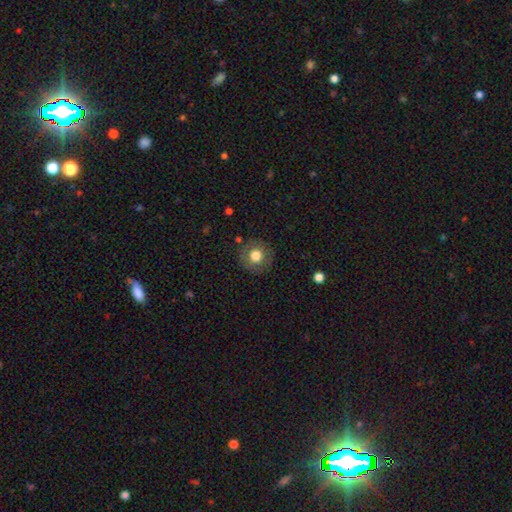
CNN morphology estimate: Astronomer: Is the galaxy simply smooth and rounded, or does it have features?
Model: smooth — 75%.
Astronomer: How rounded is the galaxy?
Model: round — 93%.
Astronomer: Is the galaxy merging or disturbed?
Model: none — 86%.